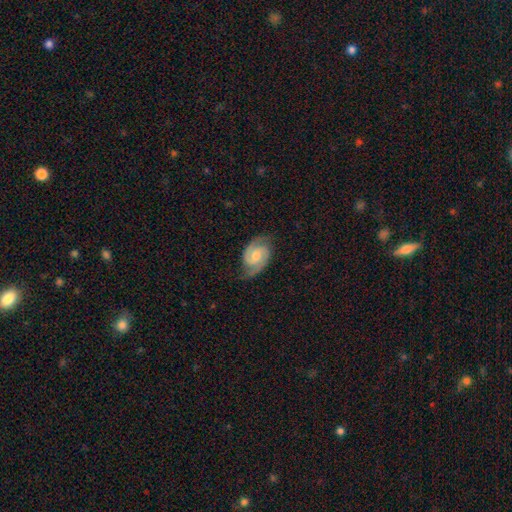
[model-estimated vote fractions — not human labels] Overall: featured or disk (89%). Edge-on disk: no (98%). Bar: no (54%; weak 38%). Spiral arms: yes (98%). Spiral arm count: 2 (93%). Spiral winding: medium (46%; tight 45%). Bulge size: moderate (64%; small 29%). Merging: none (80%).